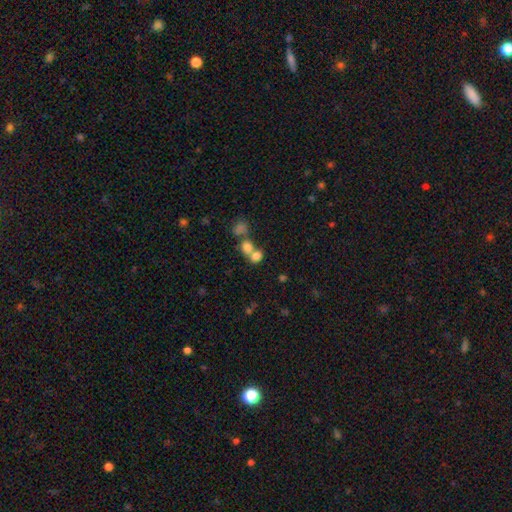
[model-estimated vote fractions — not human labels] The model was most divided on "how rounded": round: 55%, in between: 44%, cigar-shaped: 1%. More confident: smooth or featured — smooth (77%); merging — merger (55%).